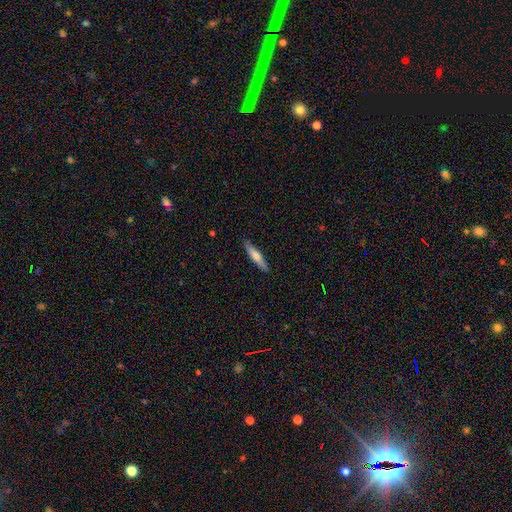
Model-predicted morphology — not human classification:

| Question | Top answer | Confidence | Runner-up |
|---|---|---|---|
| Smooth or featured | smooth | 63% | featured or disk (32%) |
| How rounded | cigar-shaped | 87% | in between (12%) |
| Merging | none | 89% | minor disturbance (8%) |